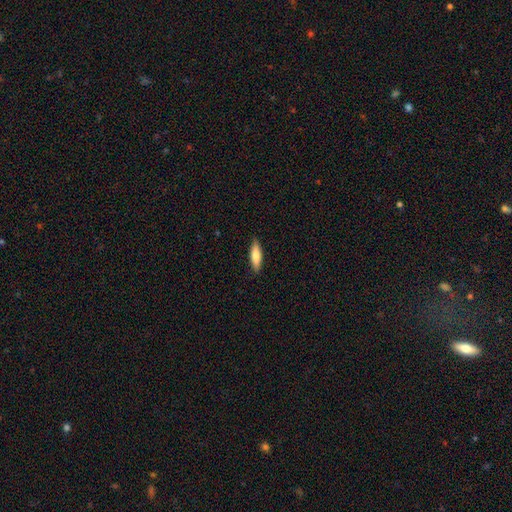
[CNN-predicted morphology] smooth_or_featured: smooth (p=0.75) [alt: featured or disk p=0.20]
how_rounded: cigar-shaped (p=0.58) [alt: in between p=0.40]
merging: none (p=0.88) [alt: minor disturbance p=0.09]